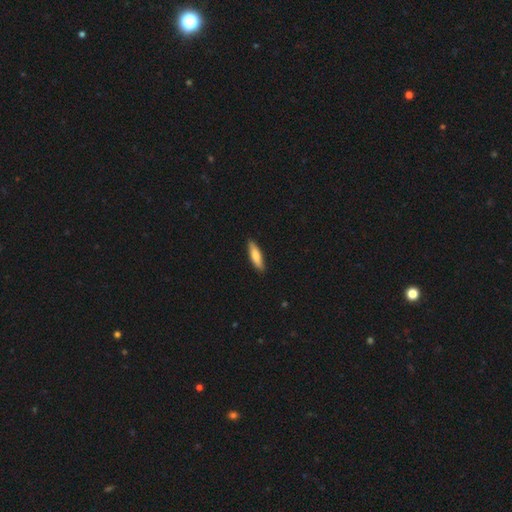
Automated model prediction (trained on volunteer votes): Morphology: type=smooth (74%); roundness=cigar-shaped (68%); merging=none (89%).